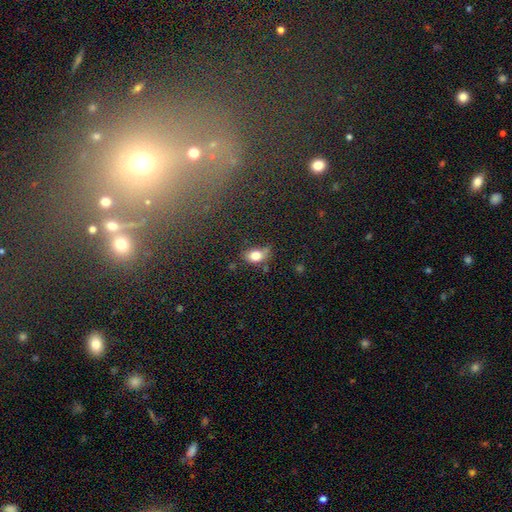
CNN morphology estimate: This appears to be a smooth galaxy with no disk features (80%) that is in between round and cigar-shaped (76%). Merging: none (52%).